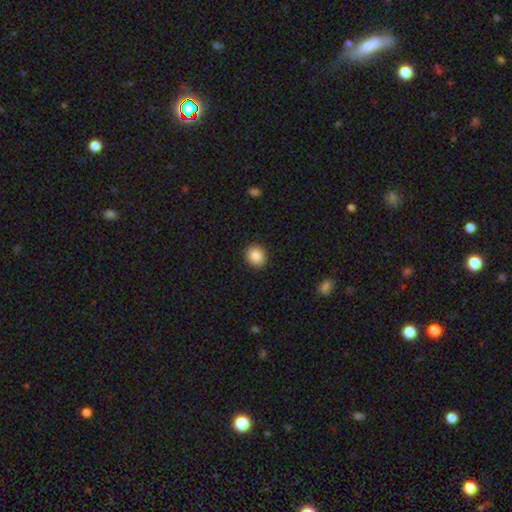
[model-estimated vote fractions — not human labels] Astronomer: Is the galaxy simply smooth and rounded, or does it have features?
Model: smooth — 86%.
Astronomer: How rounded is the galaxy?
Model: round — 80%.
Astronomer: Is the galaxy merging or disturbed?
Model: none — 91%.